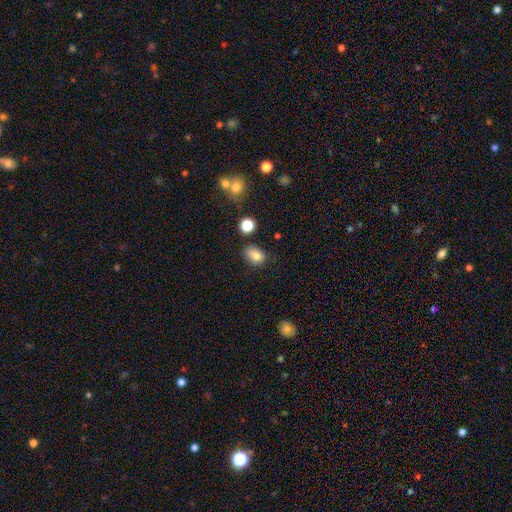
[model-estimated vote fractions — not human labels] Smooth or featured: smooth — 82% (star or artifact — 11%)
How rounded: in between — 73% (round — 25%)
Merging: none — 69% (minor disturbance — 21%)